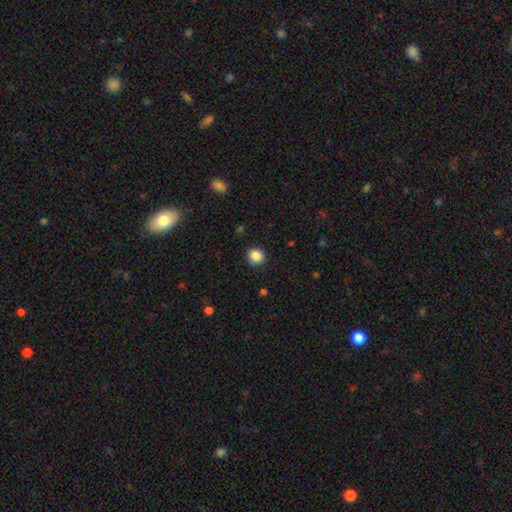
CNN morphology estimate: type=smooth (87%); roundness=round (87%); merging=none (86%).